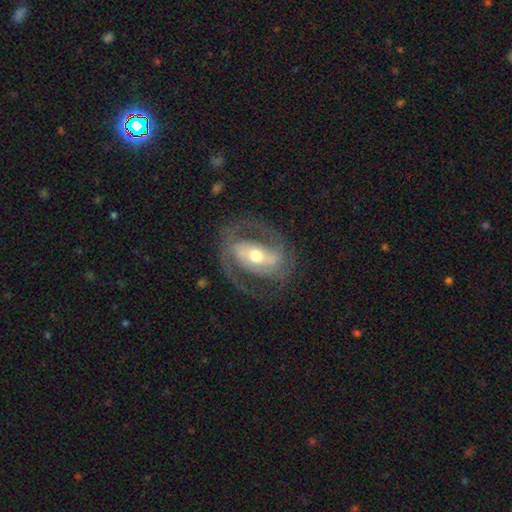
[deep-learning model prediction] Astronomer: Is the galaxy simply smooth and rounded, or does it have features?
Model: featured or disk — 84%.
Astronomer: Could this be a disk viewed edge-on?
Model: no — 95%.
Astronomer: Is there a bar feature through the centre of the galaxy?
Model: strong — 48% (runner-up: weak, 30%).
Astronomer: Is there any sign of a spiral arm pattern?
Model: yes — 85%.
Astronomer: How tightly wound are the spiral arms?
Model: medium — 49% (runner-up: tight, 34%).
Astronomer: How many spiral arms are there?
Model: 2 — 83%.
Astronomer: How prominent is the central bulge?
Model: moderate — 68%.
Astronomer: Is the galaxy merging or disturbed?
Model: none — 69%.